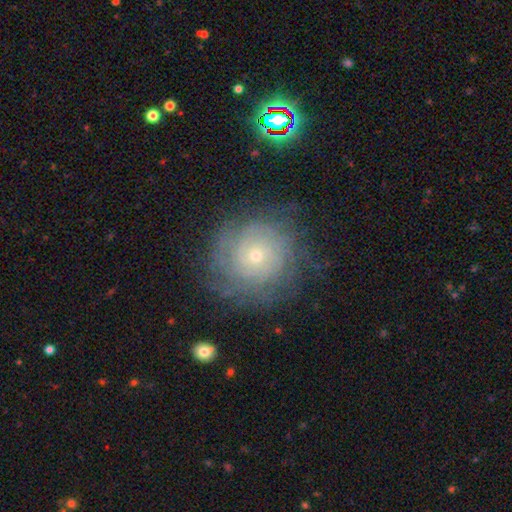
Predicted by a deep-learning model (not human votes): A featured or disk galaxy (70%) with no bar (84%), tight (80%) spiral arms (89%) and a small central bulge (76%).

Vote fractions:
- Smooth or featured? featured or disk: 70% / smooth: 20% / star or artifact: 11%
- Edge-on disk? no: 97% / yes: 3%
- Bar? no: 84% / weak: 13% / strong: 3%
- Spiral arms? yes: 89% / no: 11%
- Spiral winding? tight: 80% / medium: 16% / loose: 5%
- Spiral arm count? can't tell: 50% / 4: 12% / 2: 11% / 3: 11% / more than 4: 10% / 1: 6%
- Bulge size? small: 76% / moderate: 20% / large: 2% / none: 1% / dominant: 1%
- Merging? none: 78% / minor disturbance: 14% / major disturbance: 7% / merger: 1%